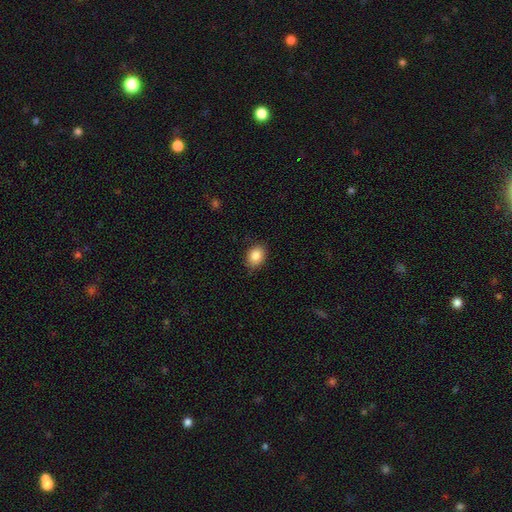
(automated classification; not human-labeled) Smooth or featured?
  - smooth: 86% *
  - star or artifact: 9%
  - featured or disk: 6%
How rounded?
  - in between: 58% *
  - round: 41%
  - cigar-shaped: 1%
Merging?
  - none: 83% *
  - minor disturbance: 13%
  - major disturbance: 3%
  - merger: 1%